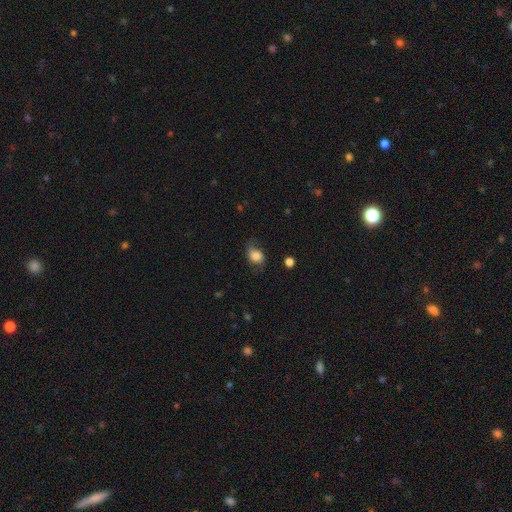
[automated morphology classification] Overall: smooth (73%). How rounded: in between (56%; round 43%). Merging: none (56%; minor disturbance 28%).